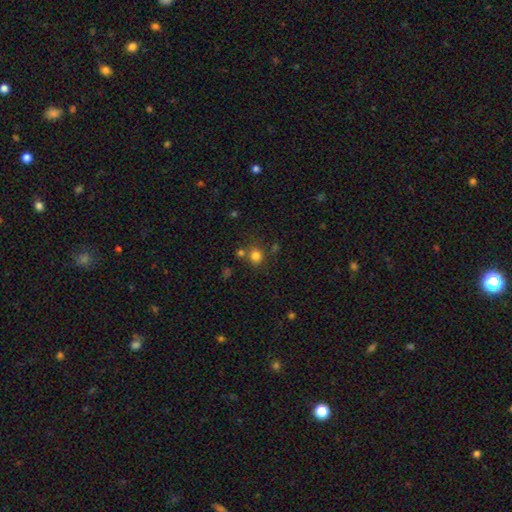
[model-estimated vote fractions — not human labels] Overall: smooth (80%). How rounded: round (87%). Merging: none (72%).